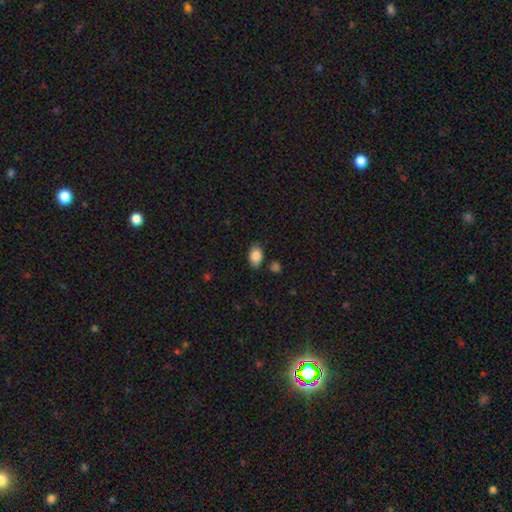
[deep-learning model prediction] Smooth or featured: smooth — 86% (star or artifact — 8%)
How rounded: in between — 84% (round — 15%)
Merging: none — 79% (minor disturbance — 14%)